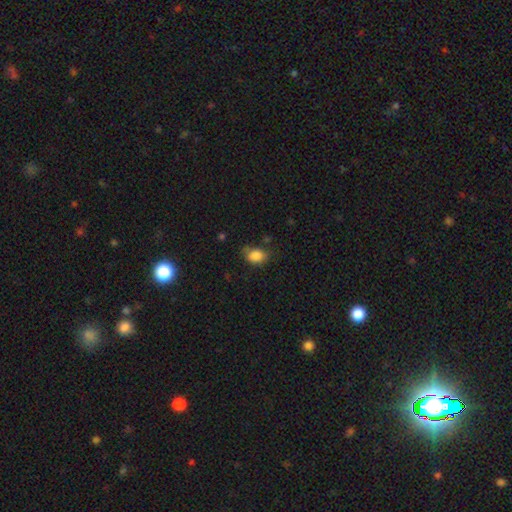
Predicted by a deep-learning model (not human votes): smooth_or_featured: smooth (p=0.85) [alt: star or artifact p=0.09]
how_rounded: in between (p=0.71) [alt: round p=0.28]
merging: none (p=0.59) [alt: minor disturbance p=0.30]